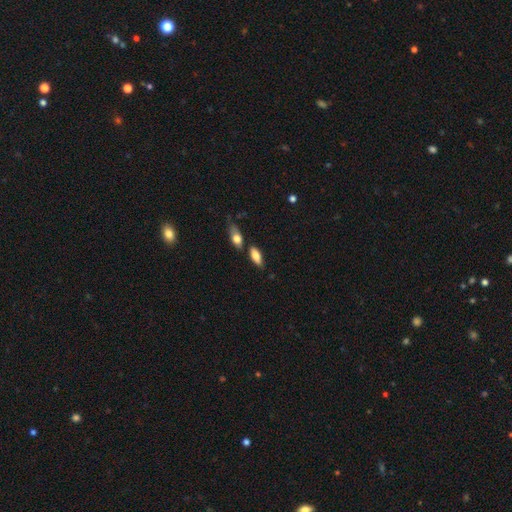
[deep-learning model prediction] smooth 75%, featured or disk 19%, star or artifact 7%. Down the decision tree: how rounded — in between (79%); merging — none (65%).